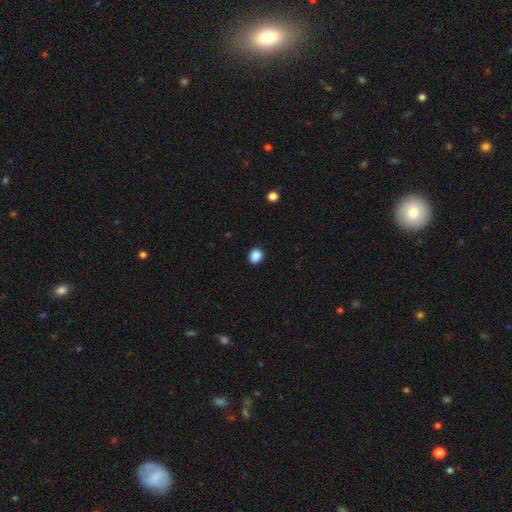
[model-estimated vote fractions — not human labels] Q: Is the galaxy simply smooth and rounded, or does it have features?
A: smooth — 88%.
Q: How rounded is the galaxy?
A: round — 54%.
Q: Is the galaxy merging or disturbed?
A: none — 90%.